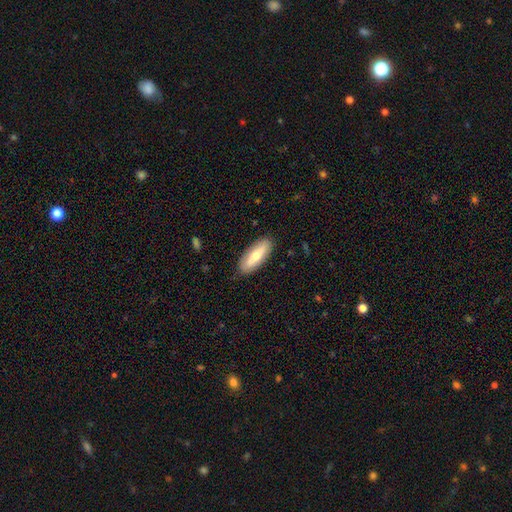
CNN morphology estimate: A smooth galaxy with no disk features (63%) that is in between round and cigar-shaped (64%).

Vote fractions:
- Smooth or featured? smooth: 63% / featured or disk: 32% / star or artifact: 5%
- How rounded? in between: 64% / cigar-shaped: 34% / round: 2%
- Merging? none: 87% / minor disturbance: 10% / major disturbance: 2% / merger: 1%